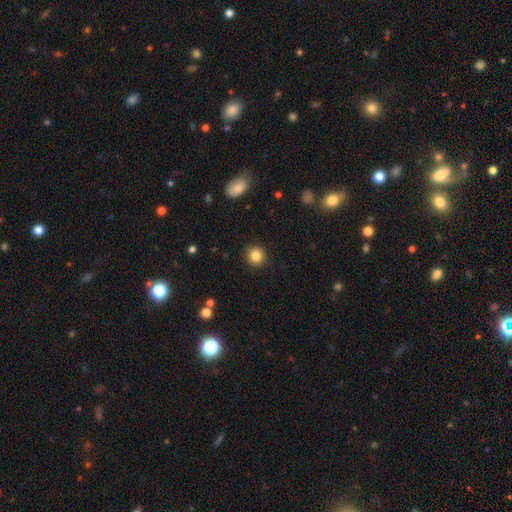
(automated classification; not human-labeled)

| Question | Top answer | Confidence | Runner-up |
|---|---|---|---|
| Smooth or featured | smooth | 85% | star or artifact (10%) |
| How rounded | round | 91% | in between (8%) |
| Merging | none | 91% | minor disturbance (6%) |